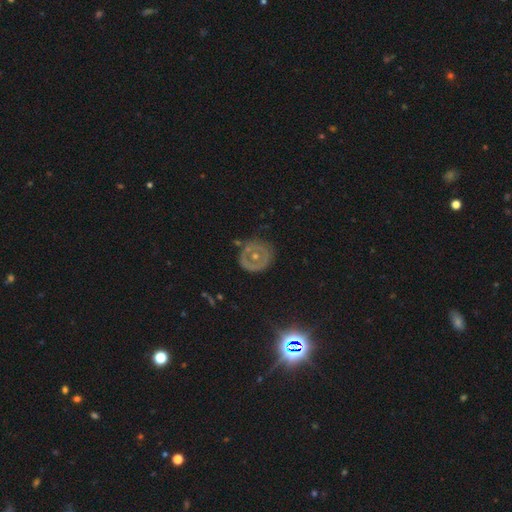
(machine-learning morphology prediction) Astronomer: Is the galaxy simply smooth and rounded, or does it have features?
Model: featured or disk — 58%.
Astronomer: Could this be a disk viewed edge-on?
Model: no — 95%.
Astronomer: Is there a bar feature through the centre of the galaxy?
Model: no — 85%.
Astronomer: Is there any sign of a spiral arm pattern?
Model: no — 85%.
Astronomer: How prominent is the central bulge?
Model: moderate — 52% (runner-up: small, 42%).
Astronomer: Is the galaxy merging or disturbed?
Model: none — 76%.